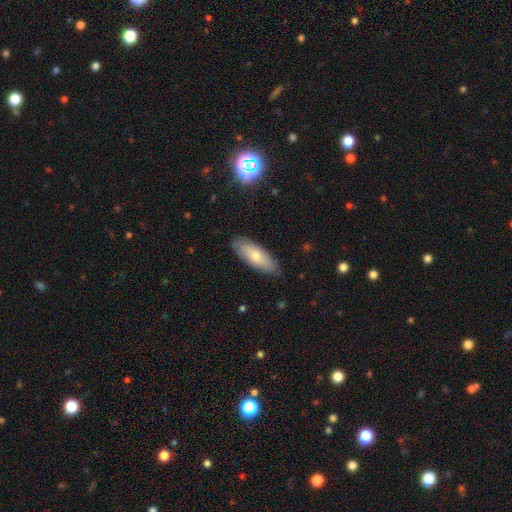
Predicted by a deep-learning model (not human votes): Q: Smooth or featured?
A: smooth (72%); runner-up: featured or disk (22%)
Q: How rounded?
A: in between (69%); runner-up: cigar-shaped (30%)
Q: Merging?
A: none (85%); runner-up: minor disturbance (12%)